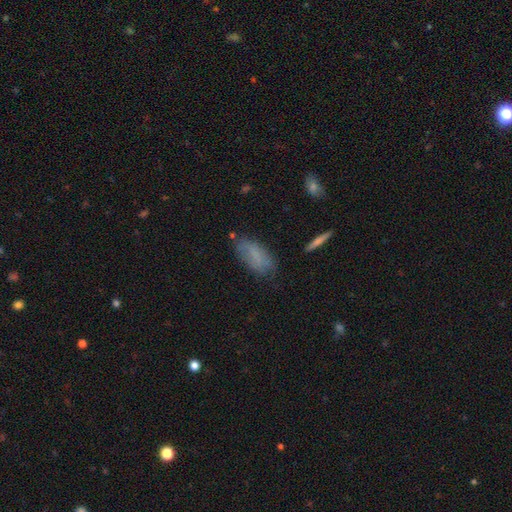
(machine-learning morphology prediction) A smooth galaxy with no disk features (73%) that is in between round and cigar-shaped (85%).

Vote fractions:
- Smooth or featured? smooth: 73% / featured or disk: 18% / star or artifact: 9%
- How rounded? in between: 85% / cigar-shaped: 13% / round: 3%
- Merging? none: 67% / minor disturbance: 23% / major disturbance: 7% / merger: 3%